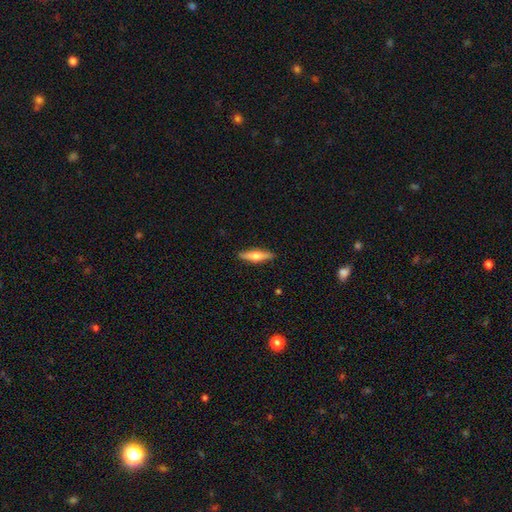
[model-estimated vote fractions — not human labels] Morphology: type=smooth (48%); merging=none (90%).